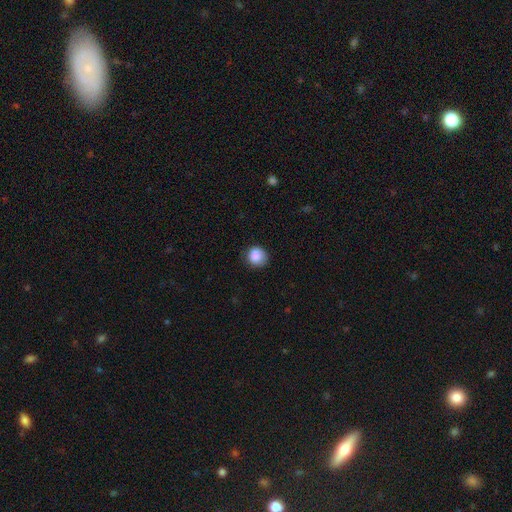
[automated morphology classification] smooth_or_featured: smooth (p=0.86) [alt: star or artifact p=0.09]
how_rounded: round (p=0.85) [alt: in between p=0.14]
merging: none (p=0.74) [alt: minor disturbance p=0.20]